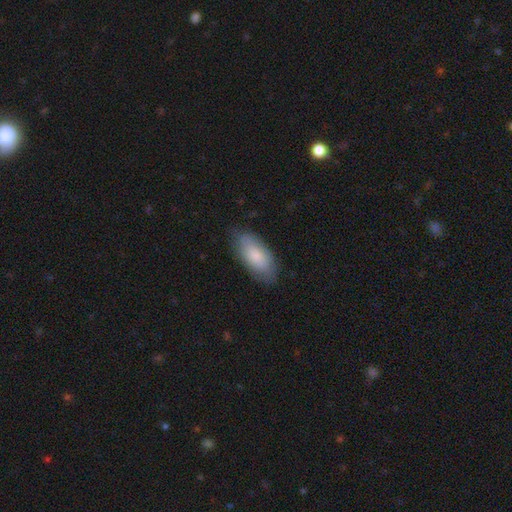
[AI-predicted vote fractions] smooth 78%, featured or disk 17%, star or artifact 6%. Down the decision tree: how rounded — in between (90%); merging — none (78%).